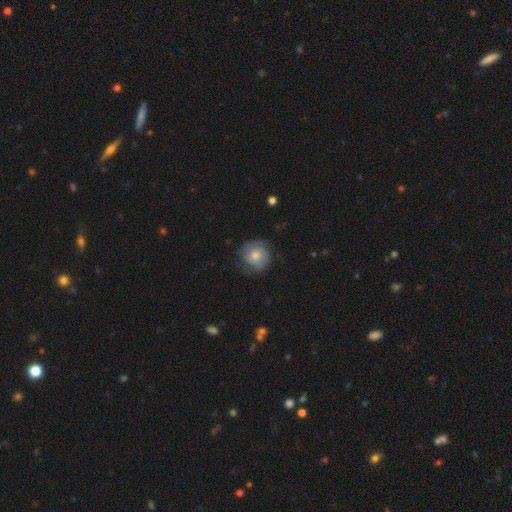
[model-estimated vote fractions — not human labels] Smooth or featured? smooth (56%)
How rounded? round (87%)
Merging? none (68%)